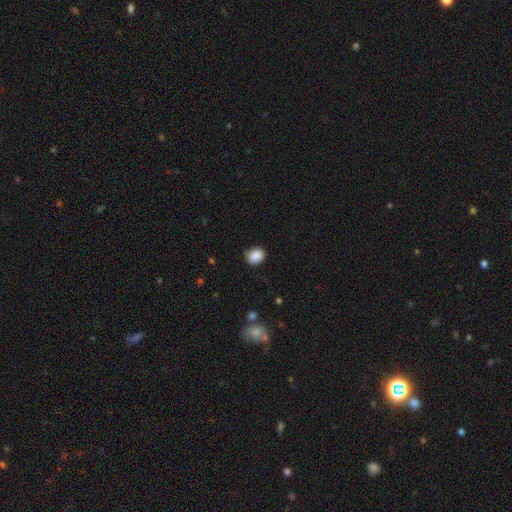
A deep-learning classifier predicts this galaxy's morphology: A smooth galaxy with no disk features (88%) that is round (58%).

Vote fractions:
- Smooth or featured? smooth: 88% / star or artifact: 9% / featured or disk: 4%
- How rounded? round: 58% / in between: 41% / cigar-shaped: 1%
- Merging? none: 82% / minor disturbance: 14% / major disturbance: 3% / merger: 1%